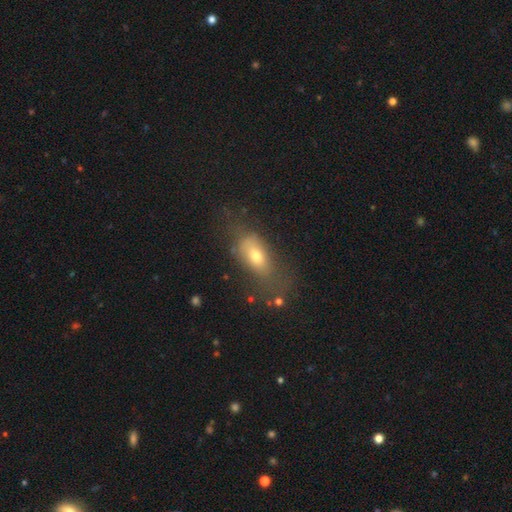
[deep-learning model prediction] smooth-or-featured: smooth: 66% | featured or disk: 23% | star or artifact: 12%
  how-rounded: in between: 82% | cigar-shaped: 9% | round: 9%
  merging: none: 45% | major disturbance: 26% | minor disturbance: 25% | merger: 4%